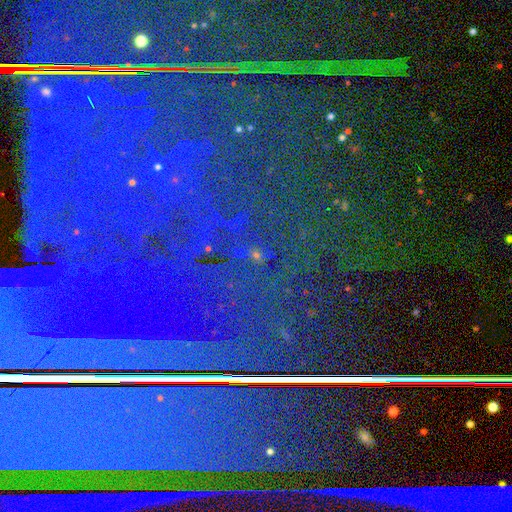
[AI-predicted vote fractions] smooth_or_featured: star or artifact (p=0.85) [alt: smooth p=0.07]